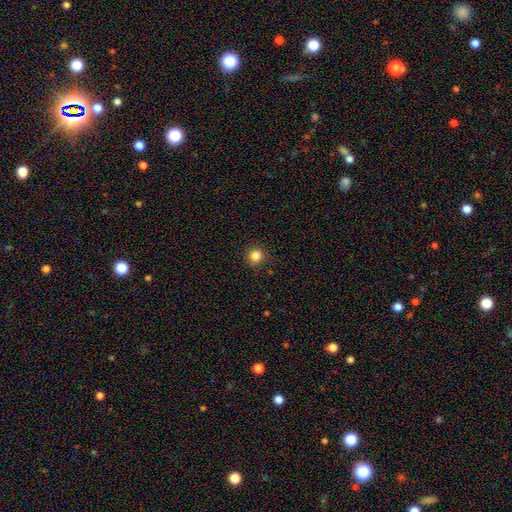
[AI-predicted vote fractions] Smooth or featured: smooth — 84% (star or artifact — 12%)
How rounded: round — 92% (in between — 7%)
Merging: none — 88% (minor disturbance — 9%)